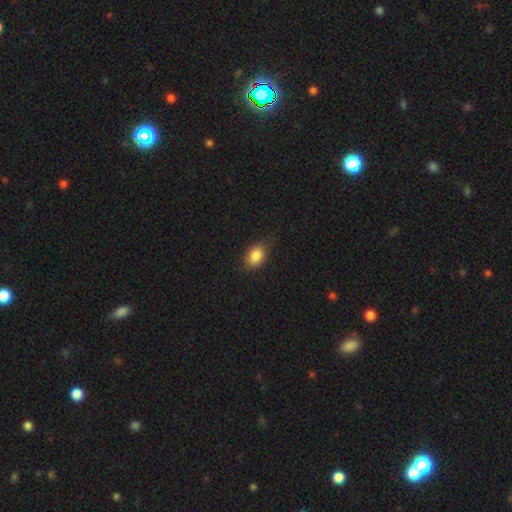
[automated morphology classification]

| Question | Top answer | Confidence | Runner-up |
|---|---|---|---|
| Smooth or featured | smooth | 85% | star or artifact (8%) |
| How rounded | in between | 75% | round (23%) |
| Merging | none | 73% | minor disturbance (21%) |